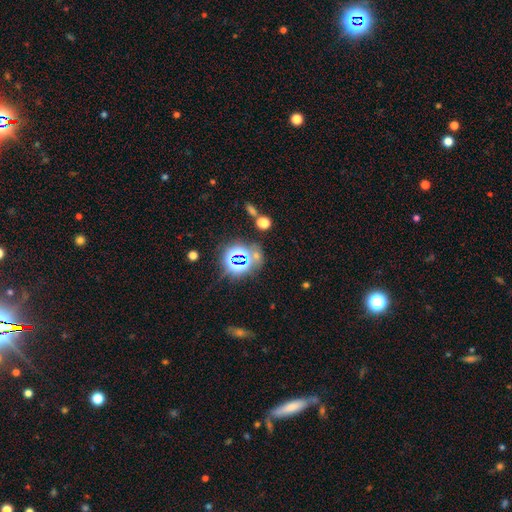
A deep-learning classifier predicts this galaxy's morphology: A star or artifact, not a galaxy (66%).